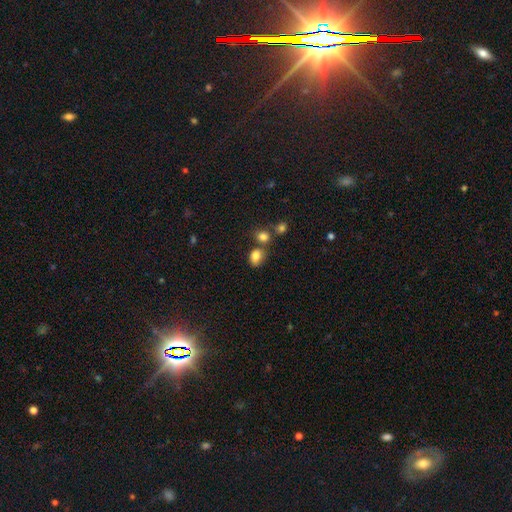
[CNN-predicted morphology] Overall: smooth (82%). How rounded: in between (54%; round 45%). Merging: none (56%; merger 25%).